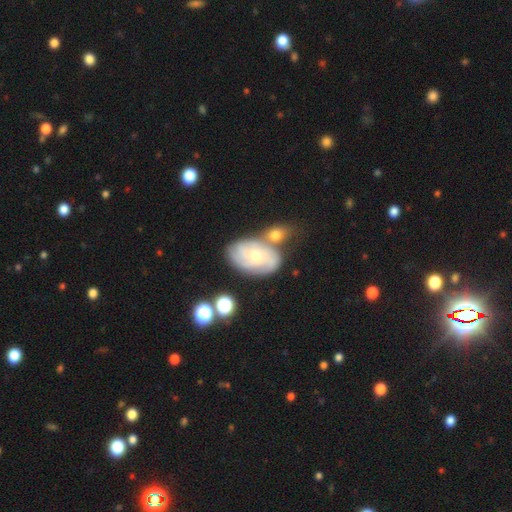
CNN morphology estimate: Smooth or featured: featured or disk — 69% (smooth — 24%)
Edge-on disk: no — 96% (yes — 4%)
Bar: no — 69% (weak — 27%)
Spiral arms: yes — 87% (no — 13%)
Spiral winding: tight — 55% (medium — 34%)
Spiral arm count: can't tell — 38% (3 — 22%)
Bulge size: moderate — 54% (small — 41%)
Merging: none — 49% (merger — 28%)